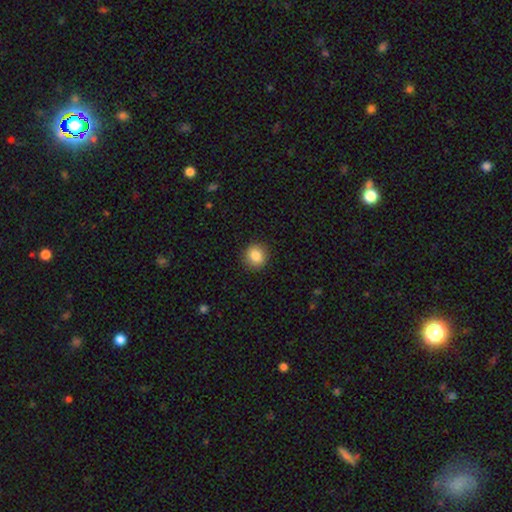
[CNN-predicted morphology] This is clearly a smooth galaxy (85%). How rounded: clearly round (84%). Merging: clearly none (90%).